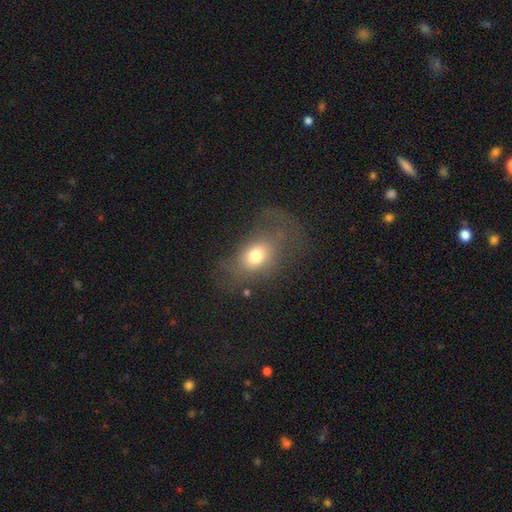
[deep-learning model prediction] This appears to be a smooth galaxy with no disk features (68%) that is in between round and cigar-shaped (69%). Merging: none (43%).